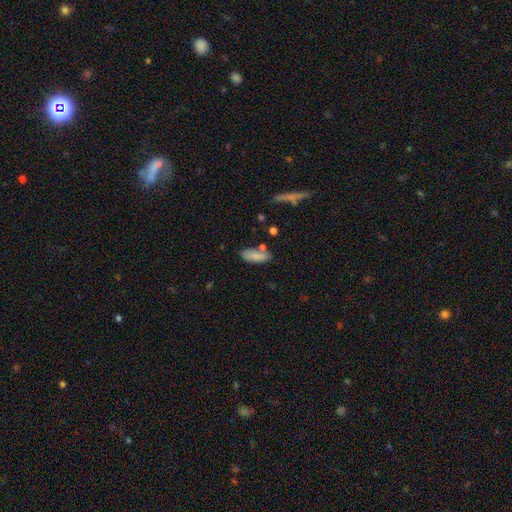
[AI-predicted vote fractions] smooth_or_featured: smooth (p=0.83) [alt: featured or disk p=0.10]
how_rounded: in between (p=0.75) [alt: cigar-shaped p=0.22]
merging: none (p=0.70) [alt: minor disturbance p=0.17]